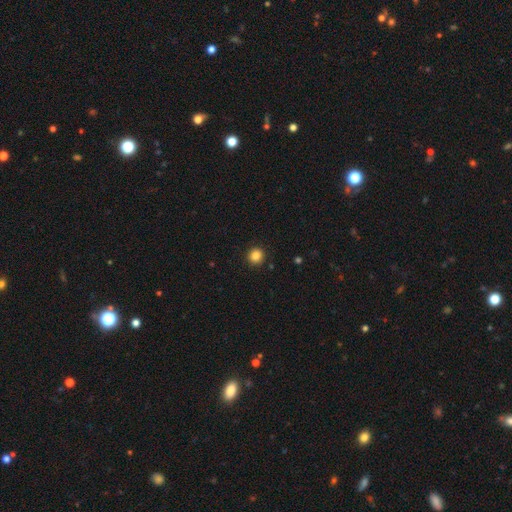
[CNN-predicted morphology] This appears to be a smooth galaxy with no disk features (85%) that is round (94%). Merging: none (92%).